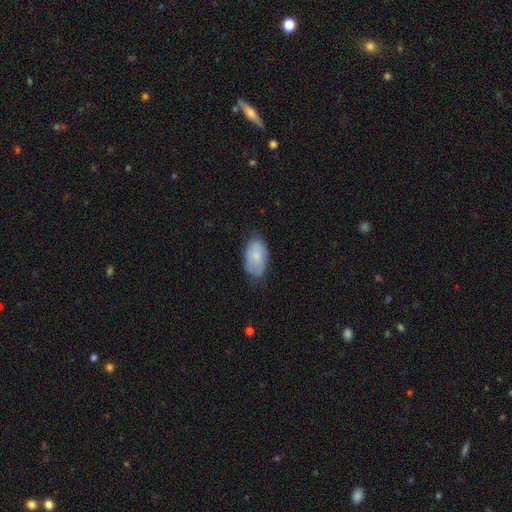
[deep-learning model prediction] This appears to be a smooth galaxy with no disk features (72%) that is in between round and cigar-shaped (93%). Merging: none (67%).